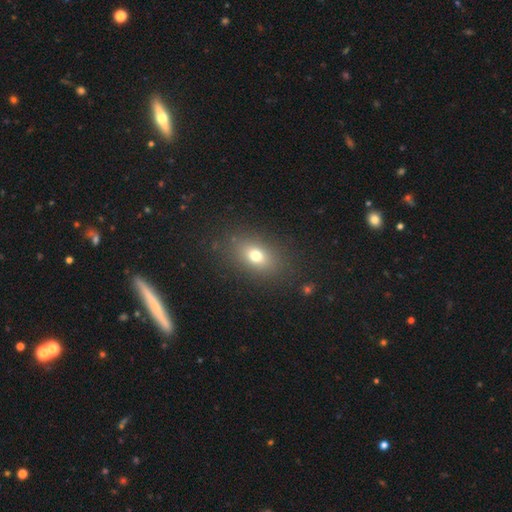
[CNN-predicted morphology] A smooth galaxy with no disk features (73%) that is in between round and cigar-shaped (74%). Merging: none (84%).